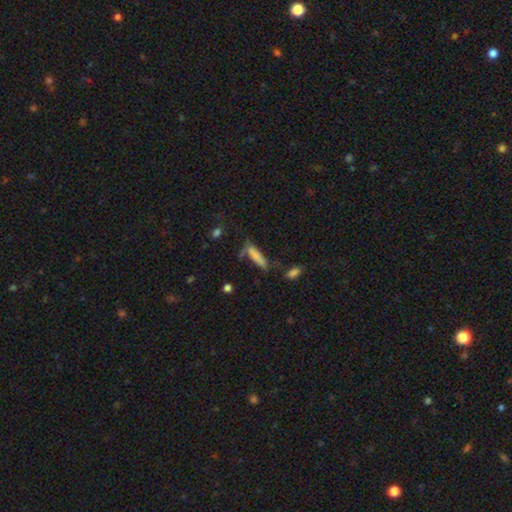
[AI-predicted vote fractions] smooth-or-featured: smooth: 77% | featured or disk: 14% | star or artifact: 9%
  how-rounded: cigar-shaped: 71% | in between: 27% | round: 2%
  merging: none: 53% | minor disturbance: 24% | merger: 11% | major disturbance: 11%